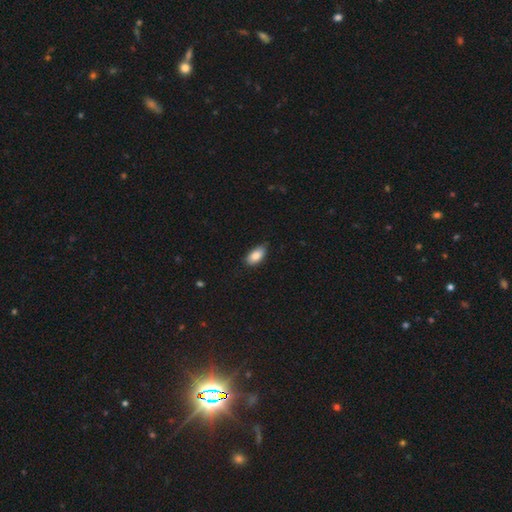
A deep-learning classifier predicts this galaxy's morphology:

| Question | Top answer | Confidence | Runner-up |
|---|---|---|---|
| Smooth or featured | smooth | 86% | featured or disk (7%) |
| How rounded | in between | 94% | cigar-shaped (3%) |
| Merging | none | 81% | minor disturbance (16%) |